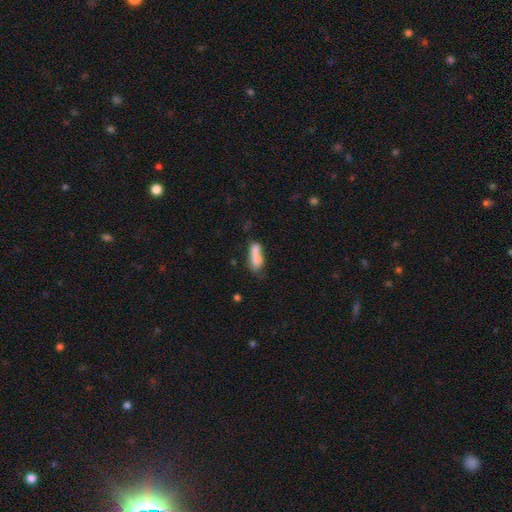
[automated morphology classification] smooth-or-featured: smooth: 78% | featured or disk: 14% | star or artifact: 8%
  how-rounded: in between: 60% | cigar-shaped: 37% | round: 3%
  merging: none: 41% | merger: 25% | minor disturbance: 24% | major disturbance: 11%